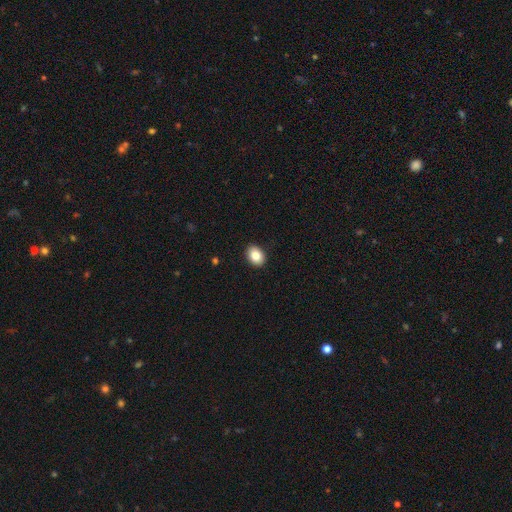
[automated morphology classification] This is clearly a smooth galaxy (84%). How rounded: likely in between (66%). Merging: clearly none (90%).